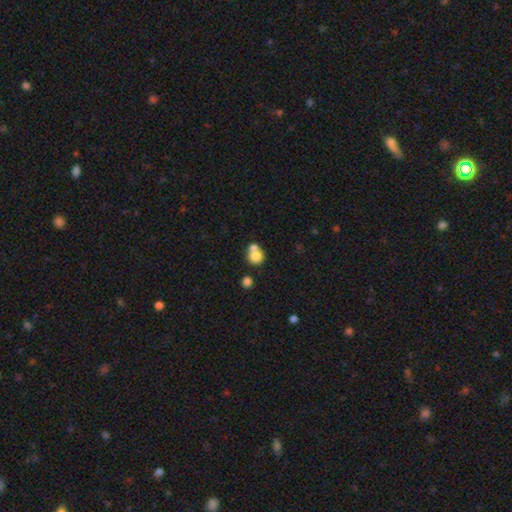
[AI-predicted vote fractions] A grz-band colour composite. It shows a smooth galaxy with no disk features (77%) that is round (84%). Merging: merger (50%).